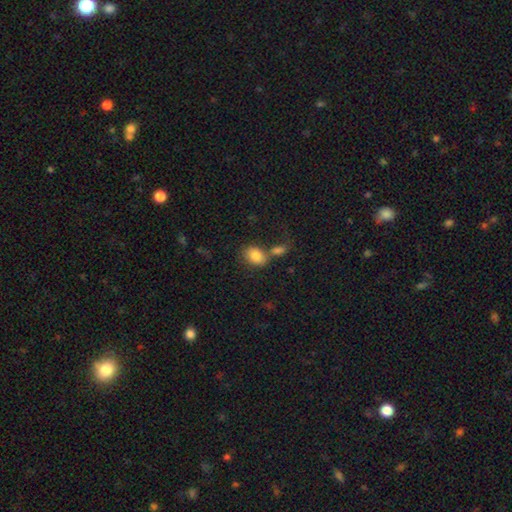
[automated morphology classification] Smooth or featured?
  - smooth: 84% *
  - featured or disk: 8%
  - star or artifact: 8%
How rounded?
  - in between: 72% *
  - round: 27%
  - cigar-shaped: 1%
Merging?
  - none: 44% *
  - merger: 36%
  - minor disturbance: 13%
  - major disturbance: 7%